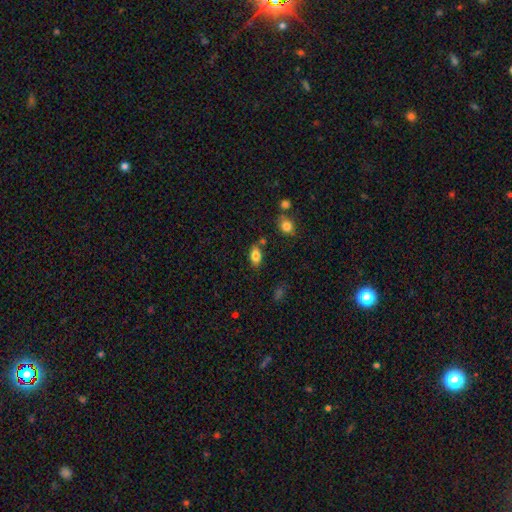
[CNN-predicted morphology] Smooth or featured? smooth (81%)
How rounded? in between (89%)
Merging? none (77%)